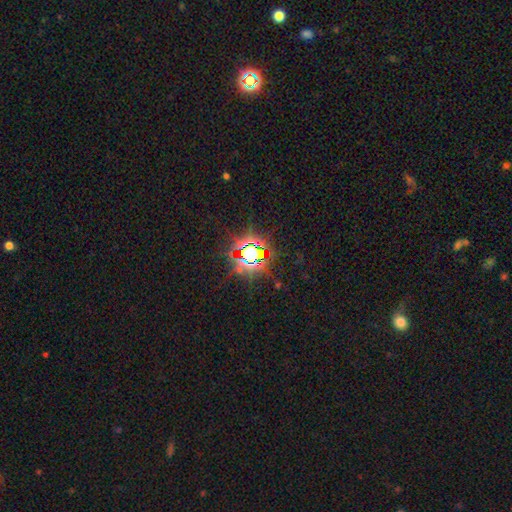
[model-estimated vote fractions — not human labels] A star or artifact, not a galaxy (79%).